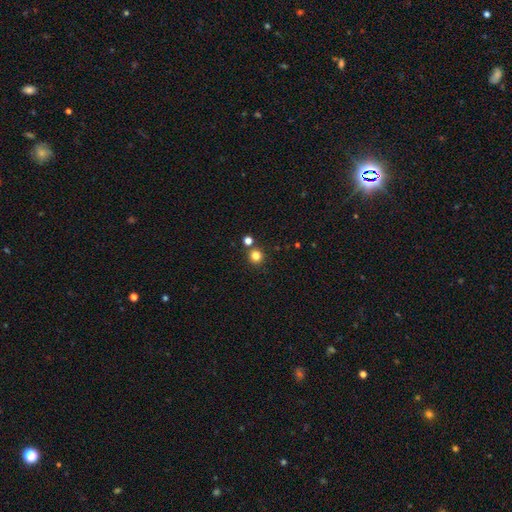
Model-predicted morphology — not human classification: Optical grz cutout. It shows a smooth galaxy with no disk features (81%) that is round (92%). Merging: none (81%).